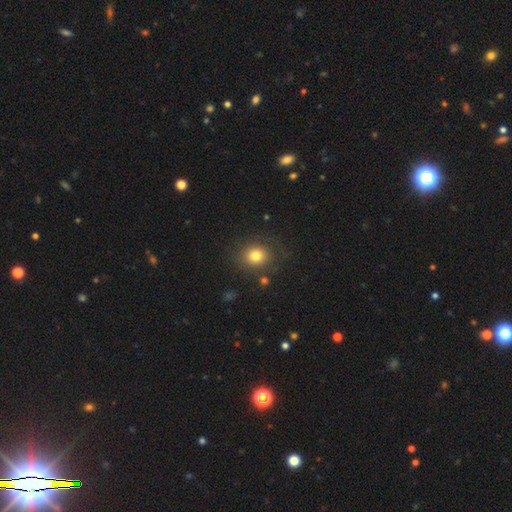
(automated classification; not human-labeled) A smooth galaxy with no disk features (79%) that is round (72%). Merging: none (81%).